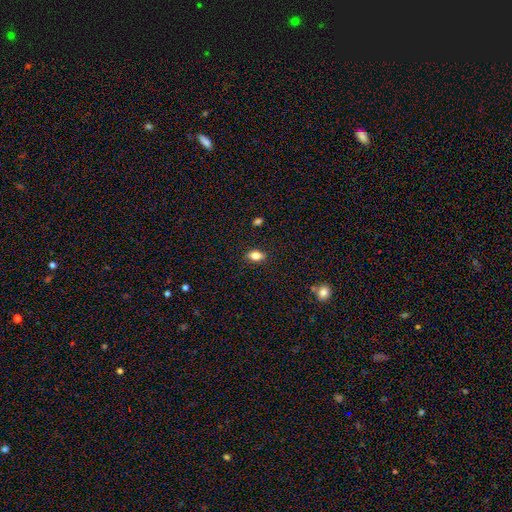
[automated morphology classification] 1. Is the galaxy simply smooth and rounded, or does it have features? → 81% smooth, 10% featured or disk, 9% star or artifact.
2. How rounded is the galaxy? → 86% in between, 8% round, 6% cigar-shaped.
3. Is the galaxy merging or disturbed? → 87% none, 10% minor disturbance, 2% major disturbance, 1% merger.